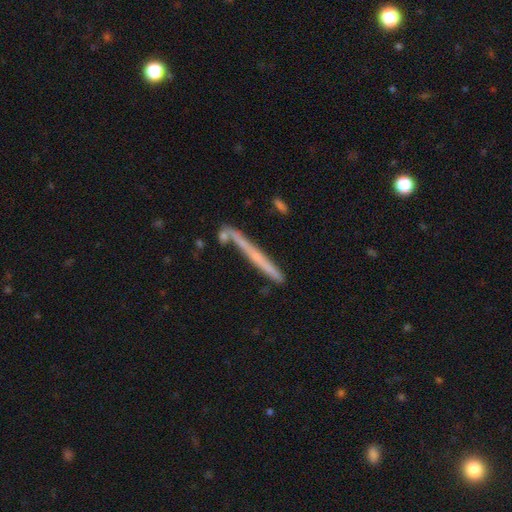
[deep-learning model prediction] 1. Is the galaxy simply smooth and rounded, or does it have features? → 50% featured or disk, 42% smooth, 7% star or artifact.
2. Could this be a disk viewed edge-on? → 94% yes, 6% no.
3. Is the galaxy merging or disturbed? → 72% none, 14% minor disturbance, 9% merger, 4% major disturbance.